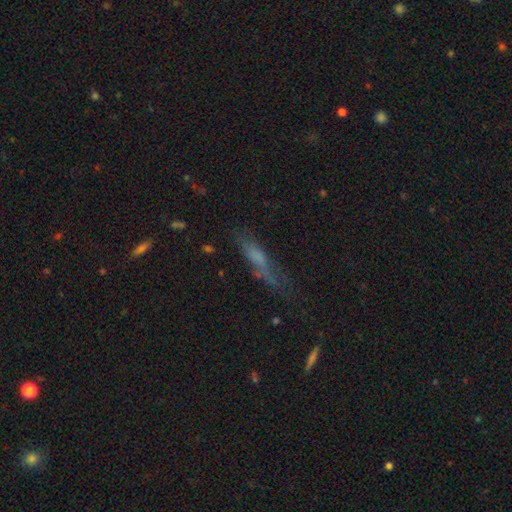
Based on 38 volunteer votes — Smooth or featured? smooth (53%)
How rounded? cigar-shaped (70%)
Merging? major disturbance (40%)